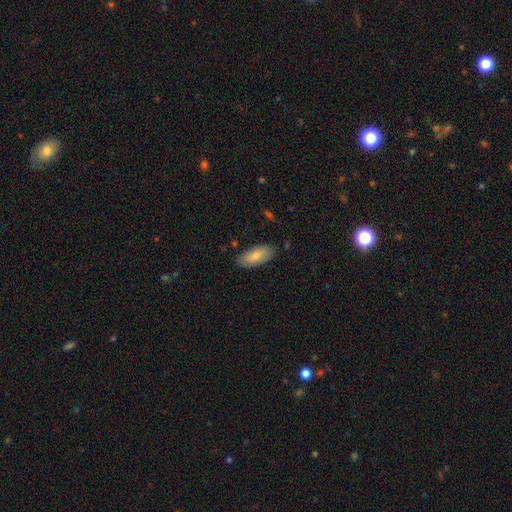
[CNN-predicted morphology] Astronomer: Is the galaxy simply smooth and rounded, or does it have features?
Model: smooth — 78%.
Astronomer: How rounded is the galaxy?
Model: in between — 86%.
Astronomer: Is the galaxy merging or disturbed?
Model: none — 84%.